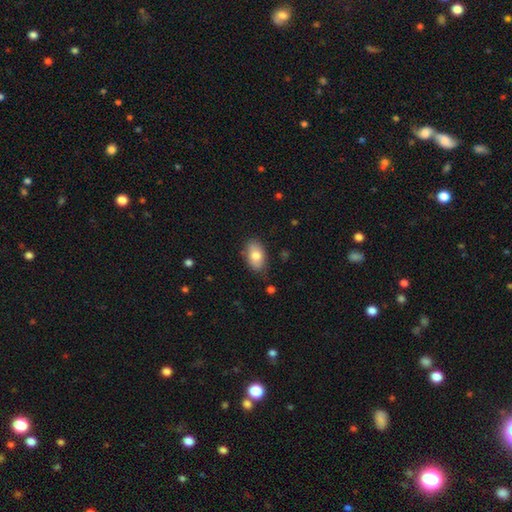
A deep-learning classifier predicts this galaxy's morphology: smooth-or-featured: smooth: 79% | featured or disk: 15% | star or artifact: 7%
  how-rounded: in between: 91% | round: 7% | cigar-shaped: 2%
  merging: none: 77% | minor disturbance: 18% | major disturbance: 3% | merger: 2%